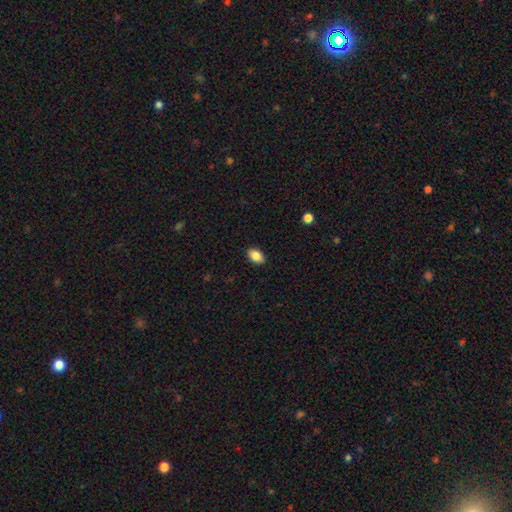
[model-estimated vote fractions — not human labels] A smooth galaxy with no disk features (88%) that is in between round and cigar-shaped (88%). Merging: none (89%).